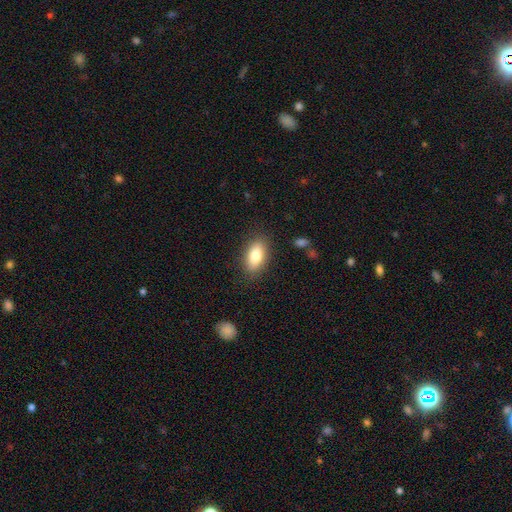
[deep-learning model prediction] Smooth or featured? Predicted: smooth (p=0.81). How rounded? Predicted: in between (p=0.87). Merging? Predicted: none (p=0.85).